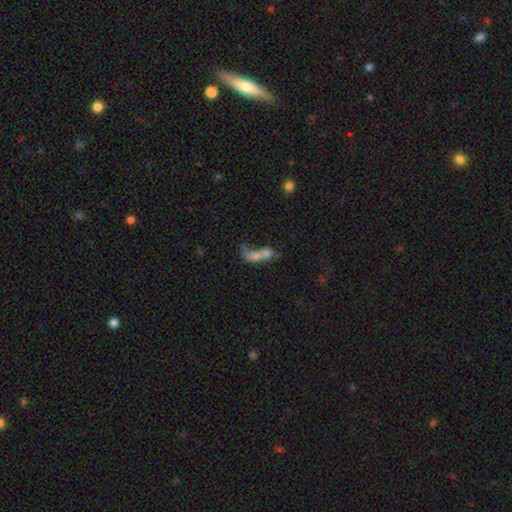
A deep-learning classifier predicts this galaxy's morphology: Overall: smooth (52%; featured or disk 35%). How rounded: in between (63%). Merging: merger (58%; major disturbance 20%).